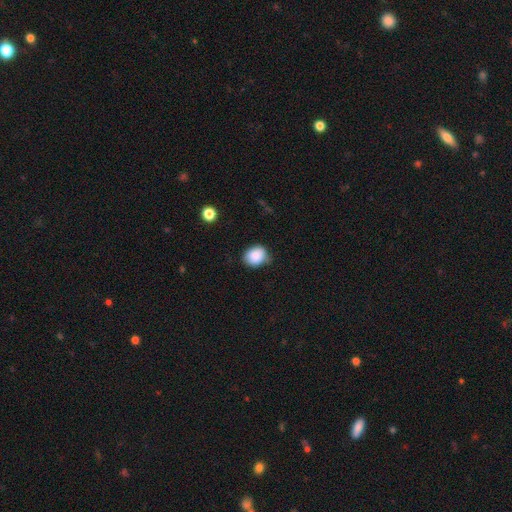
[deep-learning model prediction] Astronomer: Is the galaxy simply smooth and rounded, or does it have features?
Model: smooth — 87%.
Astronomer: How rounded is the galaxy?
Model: round — 59% (runner-up: in between, 40%).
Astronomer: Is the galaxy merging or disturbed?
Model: none — 68%.